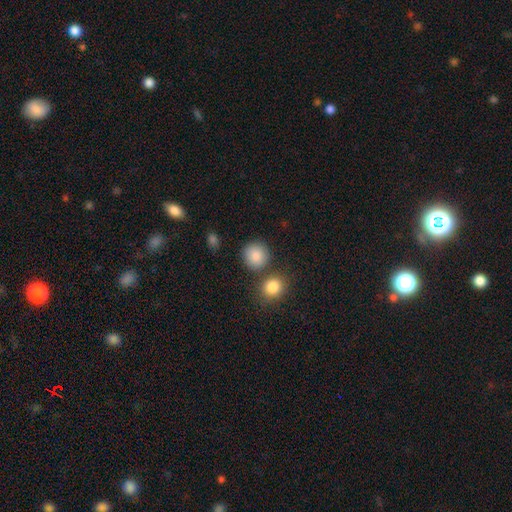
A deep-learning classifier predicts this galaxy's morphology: smooth_or_featured: smooth (p=0.86) [alt: star or artifact p=0.09]
how_rounded: round (p=0.90) [alt: in between p=0.09]
merging: none (p=0.78) [alt: merger p=0.10]